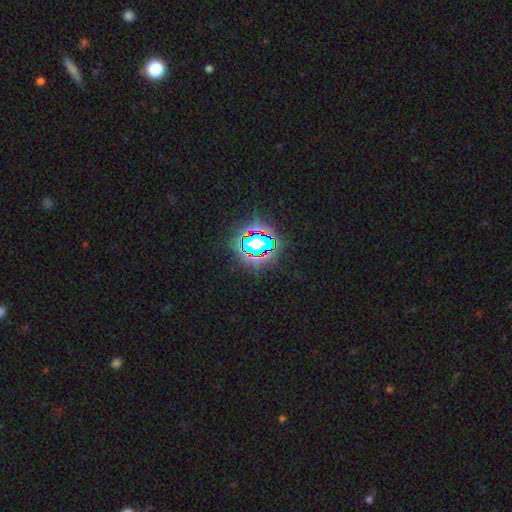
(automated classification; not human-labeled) Smooth or featured: star or artifact — 76% (smooth — 14%)